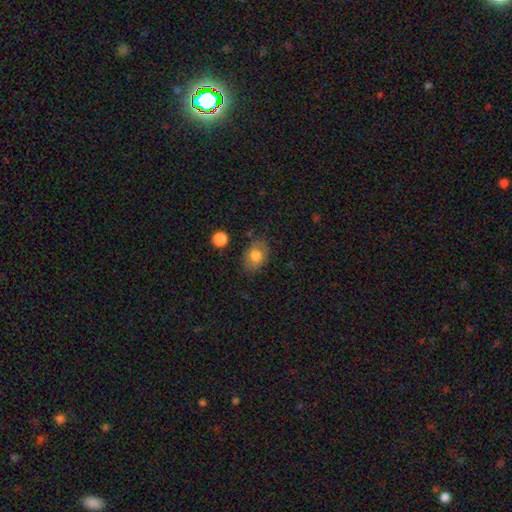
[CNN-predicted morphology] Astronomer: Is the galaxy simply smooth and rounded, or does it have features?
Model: smooth — 76%.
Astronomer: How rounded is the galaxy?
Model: in between — 72%.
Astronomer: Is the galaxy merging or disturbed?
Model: none — 77%.